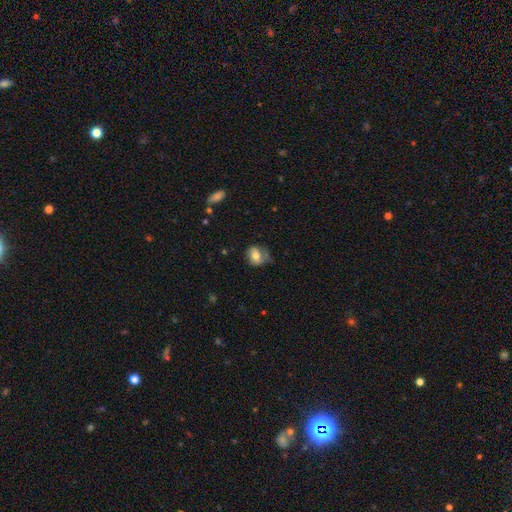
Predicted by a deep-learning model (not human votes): This is likely a smooth galaxy (64%). How rounded: possibly round (53%). Merging: possibly none (52%).